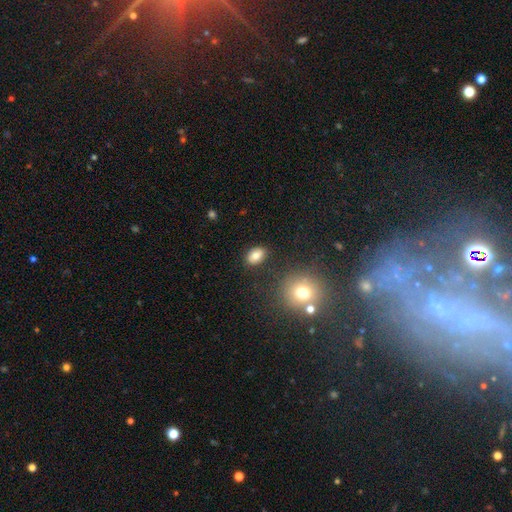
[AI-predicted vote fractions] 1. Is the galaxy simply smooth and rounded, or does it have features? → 81% smooth, 10% star or artifact, 9% featured or disk.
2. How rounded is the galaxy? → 84% in between, 14% round, 2% cigar-shaped.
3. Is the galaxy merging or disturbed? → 83% none, 11% minor disturbance, 3% merger, 3% major disturbance.